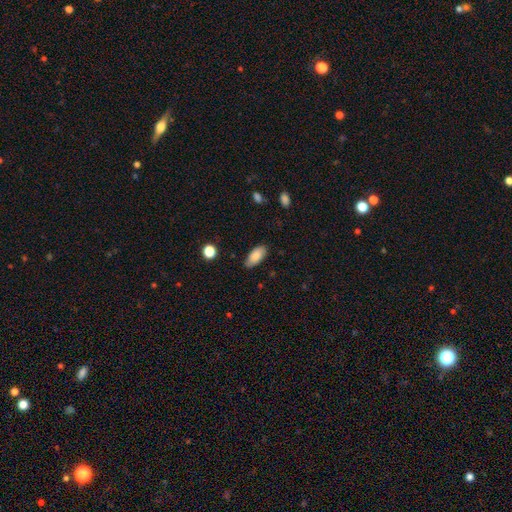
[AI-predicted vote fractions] smooth 84%, featured or disk 10%, star or artifact 7%. Down the decision tree: how rounded — in between (91%); merging — none (79%).